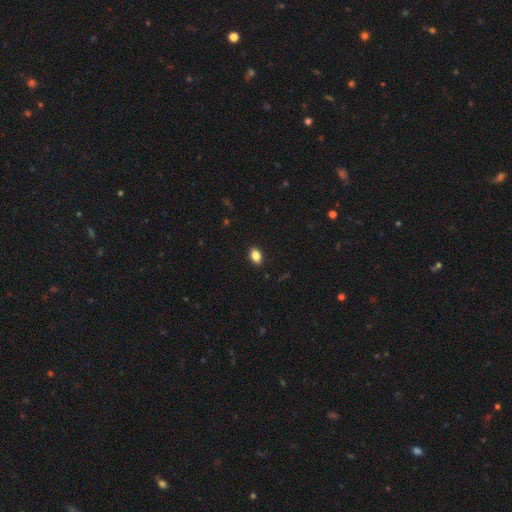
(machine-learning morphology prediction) smooth-or-featured: smooth: 86% | star or artifact: 9% | featured or disk: 5%
  how-rounded: in between: 81% | round: 17% | cigar-shaped: 2%
  merging: none: 90% | minor disturbance: 7% | major disturbance: 2% | merger: 1%